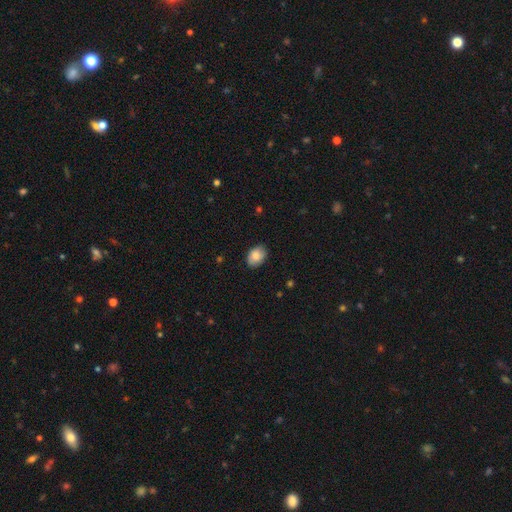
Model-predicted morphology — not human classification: Smooth or featured: smooth — 83% (featured or disk — 10%)
How rounded: in between — 80% (round — 19%)
Merging: none — 85% (minor disturbance — 12%)